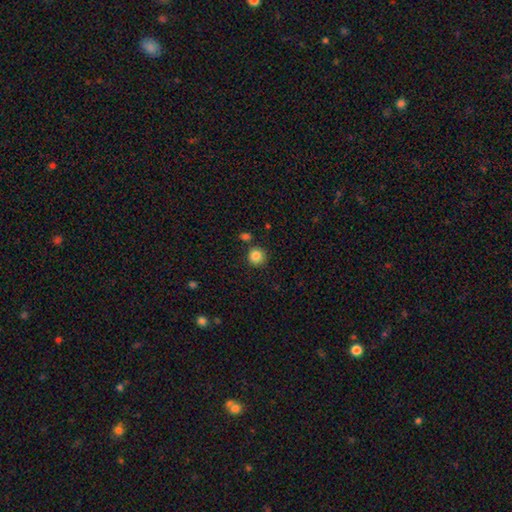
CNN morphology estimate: Smooth or featured?
  - smooth: 85% *
  - star or artifact: 10%
  - featured or disk: 4%
How rounded?
  - round: 93% *
  - in between: 6%
  - cigar-shaped: 1%
Merging?
  - none: 83% *
  - minor disturbance: 8%
  - merger: 7%
  - major disturbance: 2%